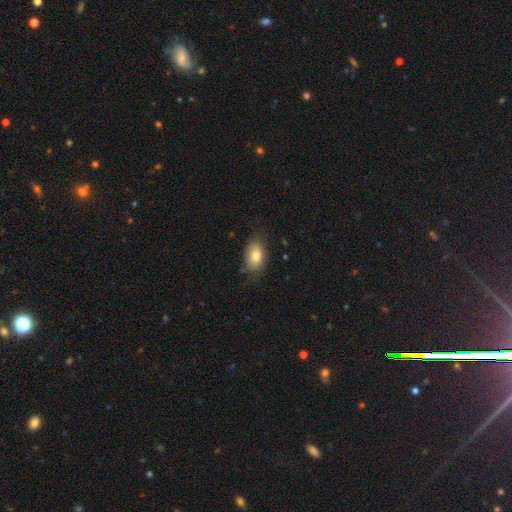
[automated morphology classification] Overall: smooth (77%). How rounded: in between (90%). Merging: none (71%).